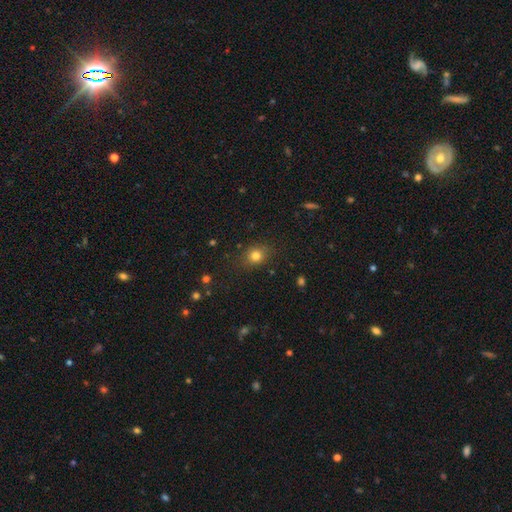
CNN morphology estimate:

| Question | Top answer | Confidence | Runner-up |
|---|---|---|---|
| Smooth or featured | smooth | 79% | star or artifact (14%) |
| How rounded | round | 69% | in between (30%) |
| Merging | none | 82% | minor disturbance (12%) |